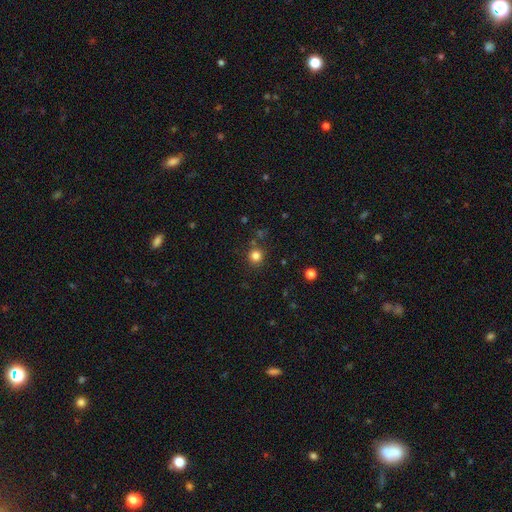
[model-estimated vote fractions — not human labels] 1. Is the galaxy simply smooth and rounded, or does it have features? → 81% smooth, 14% star or artifact, 5% featured or disk.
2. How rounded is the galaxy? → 92% round, 7% in between, 1% cigar-shaped.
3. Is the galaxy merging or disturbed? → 85% none, 8% minor disturbance, 4% merger, 3% major disturbance.